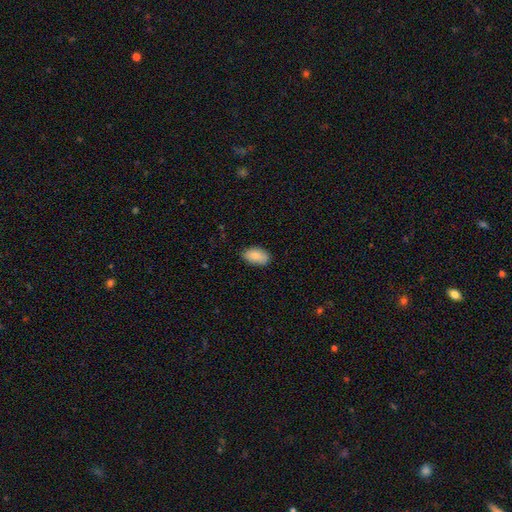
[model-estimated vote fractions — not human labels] The model was most divided on "merging": none: 82%, minor disturbance: 15%, major disturbance: 2%, merger: 1%. More confident: how rounded — in between (93%); smooth or featured — smooth (81%).